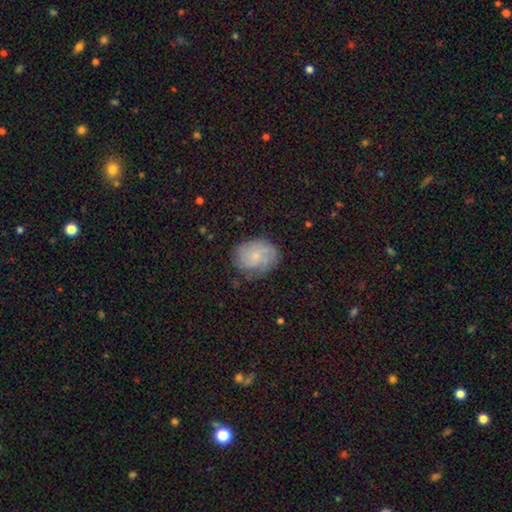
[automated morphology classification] This is possibly a featured or disk galaxy (46%). Merging: likely none (68%).